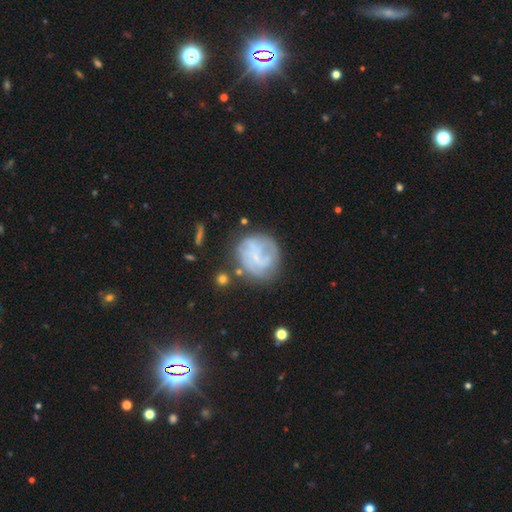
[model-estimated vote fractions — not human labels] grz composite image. It shows a featured or disk galaxy (60%) with no bar (53%), spiral arms (74%) and a small central bulge (44%). Merging: none (61%).